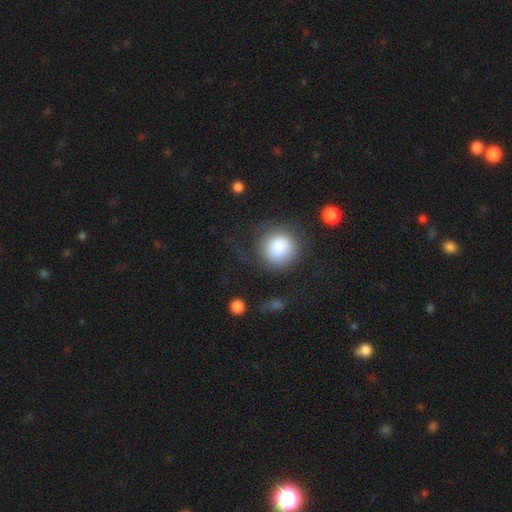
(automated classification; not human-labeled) The model was most divided on "smooth or featured": smooth: 62%, star or artifact: 26%, featured or disk: 11%. More confident: how rounded — round (89%); merging — none (78%).